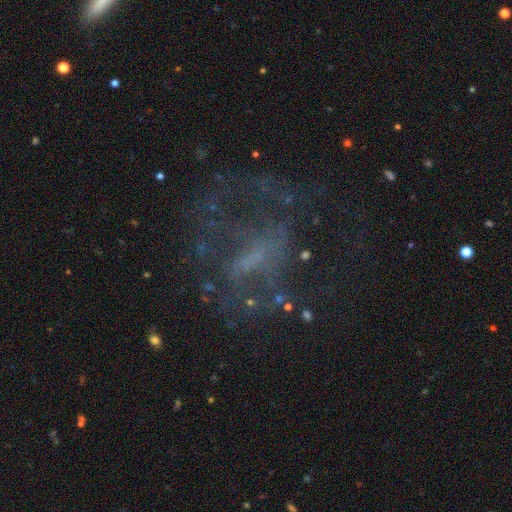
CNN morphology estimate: This appears to be a featured or disk galaxy (62%) with no bar (45%), no spiral arms (55%) and no central bulge (51%). Merging: none (45%).